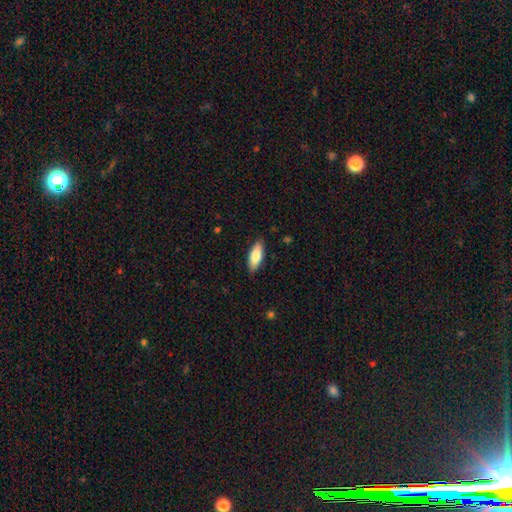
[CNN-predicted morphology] Smooth or featured? smooth (77%)
How rounded? in between (70%)
Merging? none (86%)